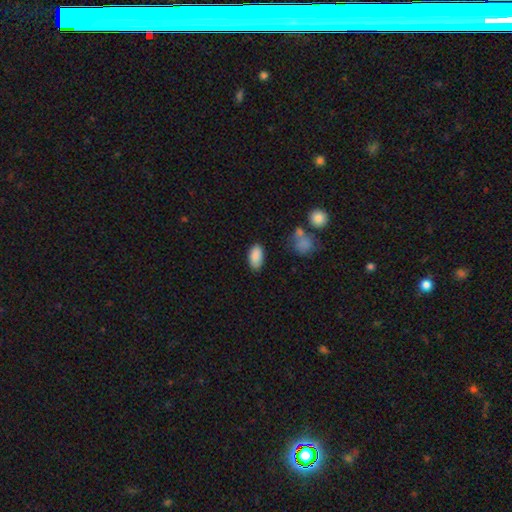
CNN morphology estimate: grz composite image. It shows a smooth galaxy with no disk features (88%) that is in between round and cigar-shaped (94%). Merging: none (80%).